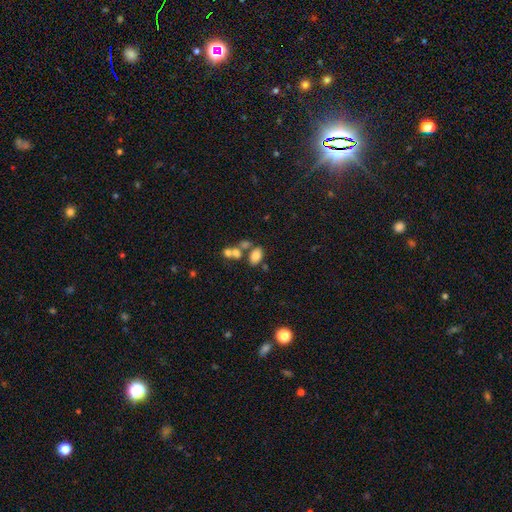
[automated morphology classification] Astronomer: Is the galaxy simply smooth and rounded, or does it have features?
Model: smooth — 75%.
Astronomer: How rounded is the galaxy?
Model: in between — 87%.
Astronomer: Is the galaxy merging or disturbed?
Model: none — 49% (runner-up: merger, 34%).